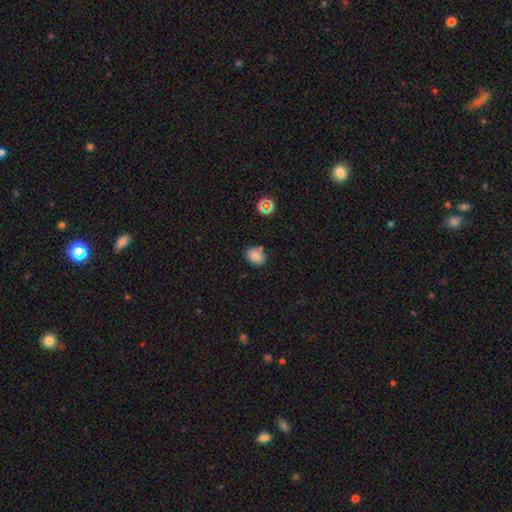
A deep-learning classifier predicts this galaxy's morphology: Overall: smooth (82%). How rounded: in between (66%; round 33%). Merging: none (75%).